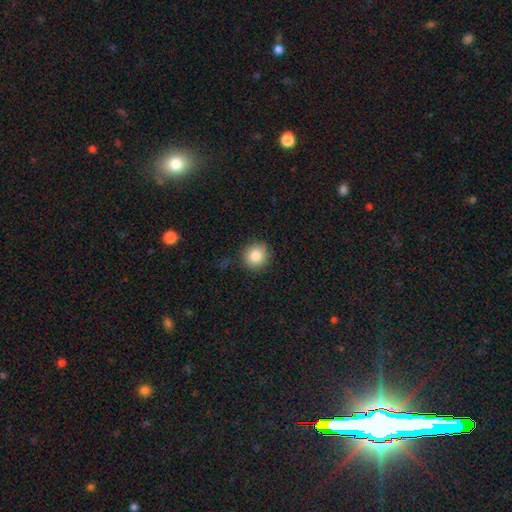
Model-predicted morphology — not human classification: A smooth galaxy with no disk features (85%) that is round (92%). Merging: none (87%).